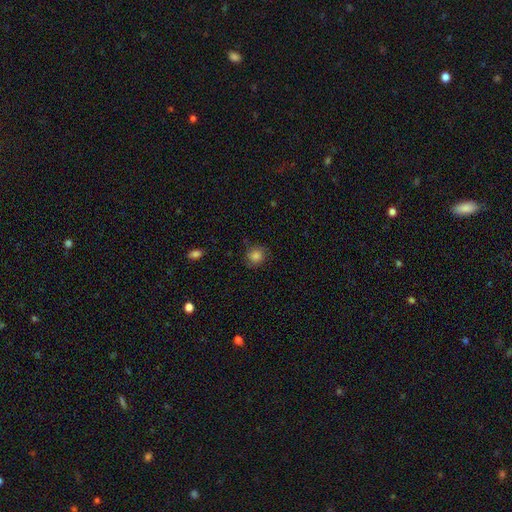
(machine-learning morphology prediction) A smooth galaxy with no disk features (83%) that is round (87%). Merging: none (79%).